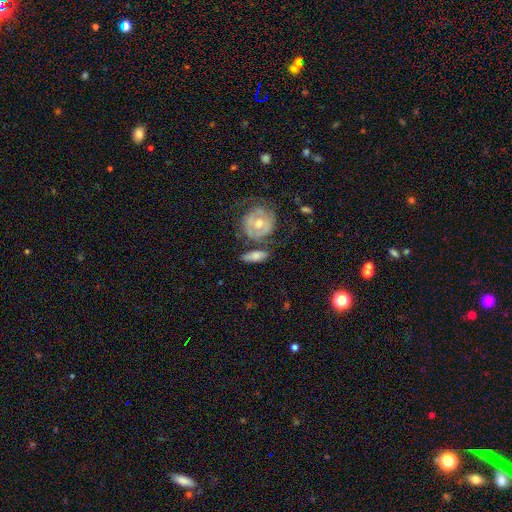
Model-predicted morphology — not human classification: Overall: smooth (56%; featured or disk 38%). How rounded: in between (61%; cigar-shaped 24%). Merging: none (57%; minor disturbance 21%).